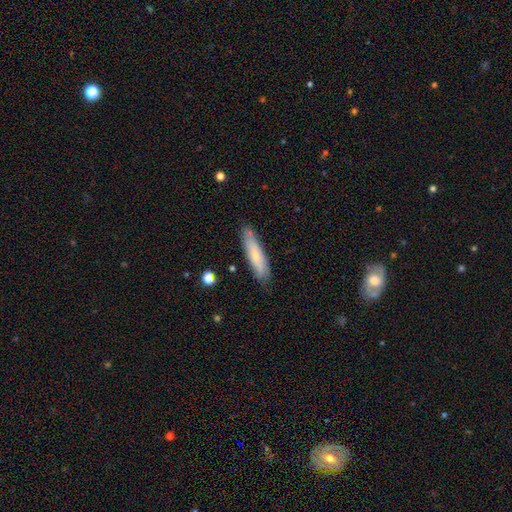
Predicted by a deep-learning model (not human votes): Overall: smooth (68%). How rounded: cigar-shaped (77%). Merging: none (80%).